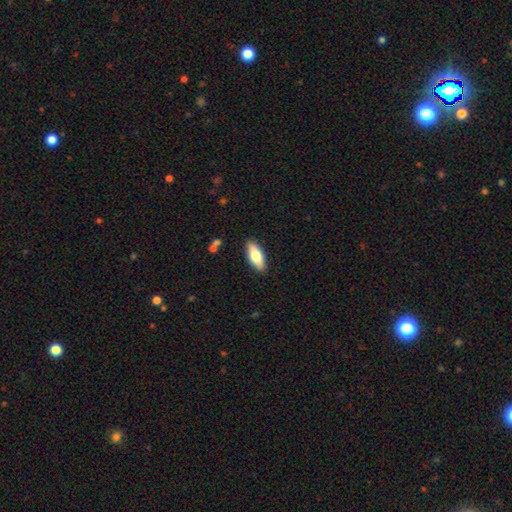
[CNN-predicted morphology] Q: Smooth or featured?
A: smooth (71%); runner-up: featured or disk (23%)
Q: How rounded?
A: in between (74%); runner-up: cigar-shaped (24%)
Q: Merging?
A: none (89%); runner-up: minor disturbance (8%)